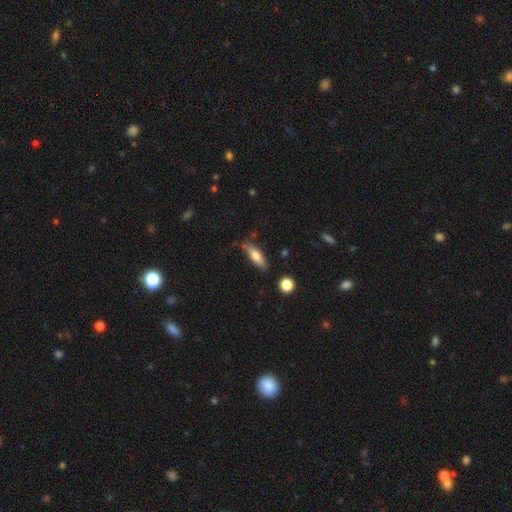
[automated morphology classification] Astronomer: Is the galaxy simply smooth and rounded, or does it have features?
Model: smooth — 70%.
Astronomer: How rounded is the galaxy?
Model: in between — 52% (runner-up: cigar-shaped, 45%).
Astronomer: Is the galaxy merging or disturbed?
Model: none — 72%.